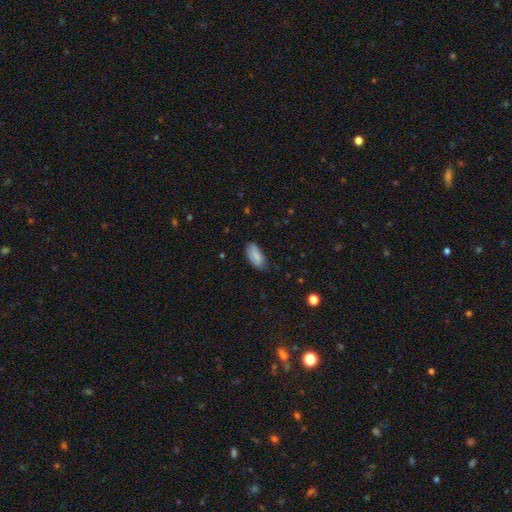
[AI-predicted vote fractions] Smooth or featured? smooth (82%)
How rounded? in between (90%)
Merging? none (76%)